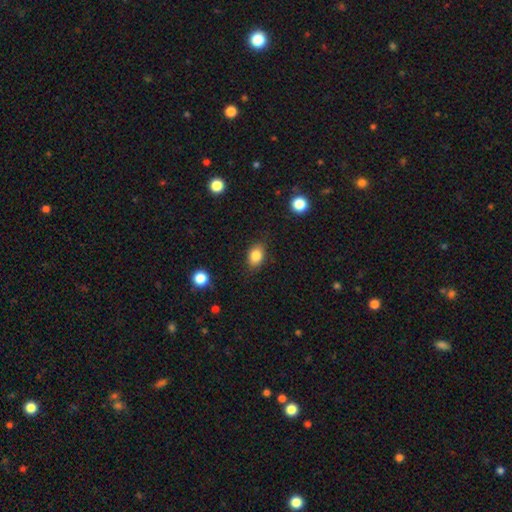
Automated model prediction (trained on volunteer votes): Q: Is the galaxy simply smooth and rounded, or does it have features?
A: smooth — 84%.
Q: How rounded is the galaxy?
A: in between — 78%.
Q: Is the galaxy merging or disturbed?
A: none — 83%.